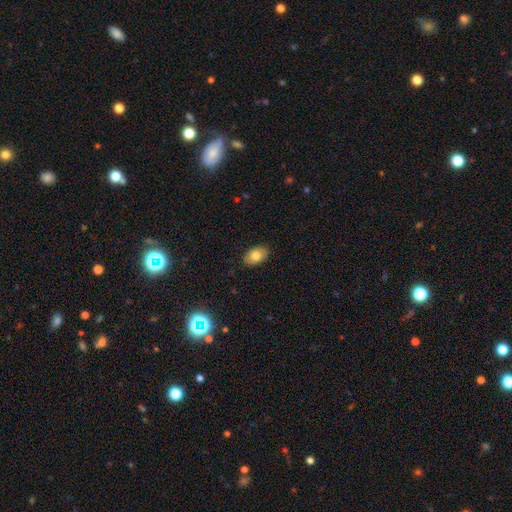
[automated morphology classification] A smooth galaxy with no disk features (79%) that is in between round and cigar-shaped (89%).

Vote fractions:
- Smooth or featured? smooth: 79% / featured or disk: 12% / star or artifact: 9%
- How rounded? in between: 89% / round: 10% / cigar-shaped: 1%
- Merging? none: 88% / minor disturbance: 9% / major disturbance: 2% / merger: 1%